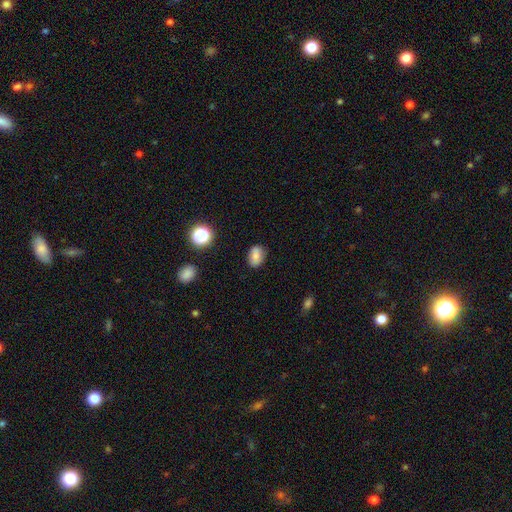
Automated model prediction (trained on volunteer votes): Smooth or featured?
  - smooth: 78% *
  - star or artifact: 12%
  - featured or disk: 10%
How rounded?
  - in between: 79% *
  - round: 20%
  - cigar-shaped: 1%
Merging?
  - none: 83% *
  - minor disturbance: 12%
  - major disturbance: 3%
  - merger: 2%